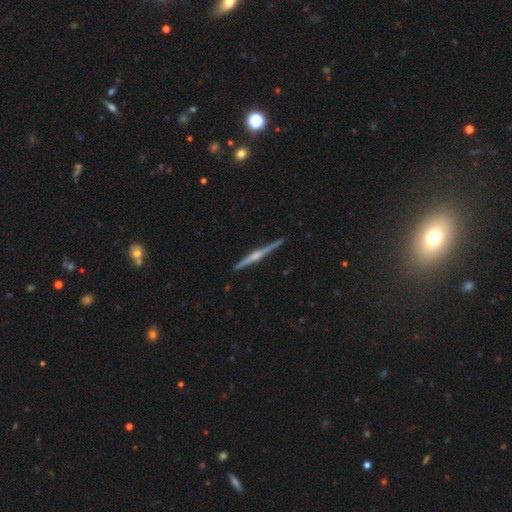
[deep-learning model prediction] Smooth or featured?
  - featured or disk: 84% *
  - smooth: 11%
  - star or artifact: 5%
Edge-on disk?
  - yes: 99% *
  - no: 1%
Edge-on bulge?
  - rounded: 86% *
  - none: 7%
  - boxy: 7%
Merging?
  - none: 92% *
  - minor disturbance: 6%
  - major disturbance: 1%
  - merger: 1%